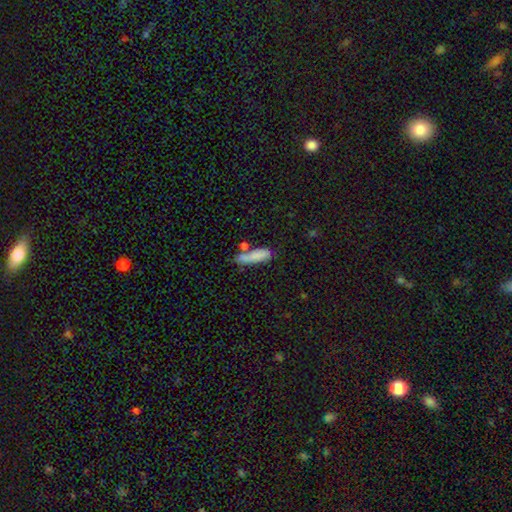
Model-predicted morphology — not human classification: Q: Smooth or featured?
A: smooth (81%); runner-up: featured or disk (12%)
Q: How rounded?
A: cigar-shaped (61%); runner-up: in between (36%)
Q: Merging?
A: none (51%); runner-up: merger (23%)